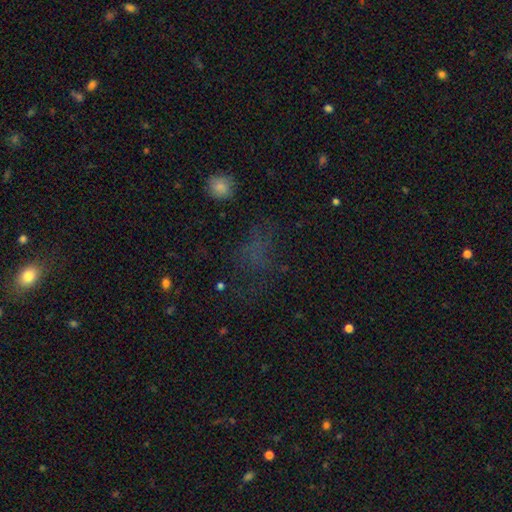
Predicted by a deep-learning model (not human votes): Morphology: type=smooth (42%); merging=none (54%).